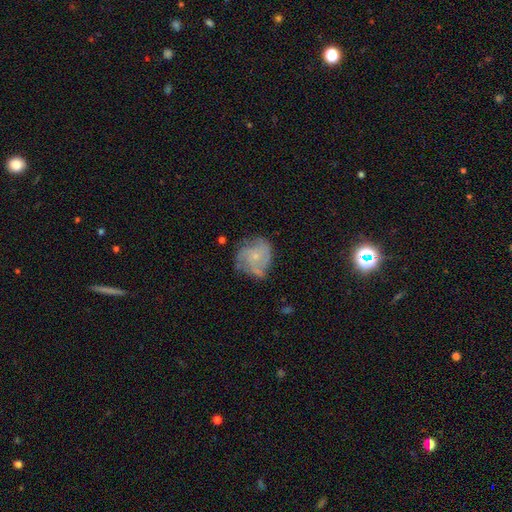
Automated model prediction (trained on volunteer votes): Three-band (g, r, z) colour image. It shows a featured or disk galaxy (68%) with no bar (82%), tight (46%) spiral arms (84%) and a small central bulge (76%). Merging: none (56%).